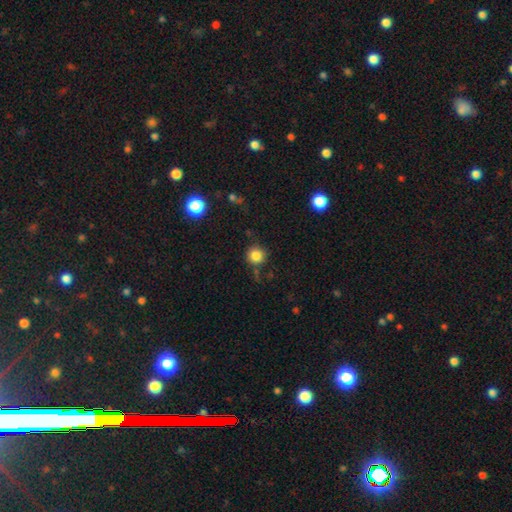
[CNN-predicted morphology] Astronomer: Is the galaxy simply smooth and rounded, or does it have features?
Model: smooth — 83%.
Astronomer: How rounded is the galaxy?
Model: round — 94%.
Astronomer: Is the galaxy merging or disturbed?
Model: none — 80%.